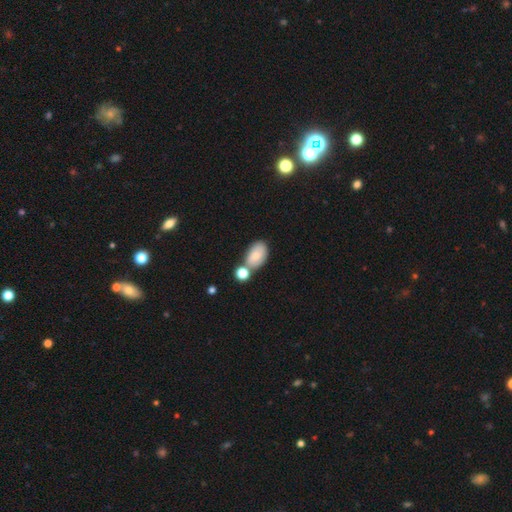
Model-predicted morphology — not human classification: Overall: smooth (78%). How rounded: in between (91%). Merging: none (51%; merger 28%).